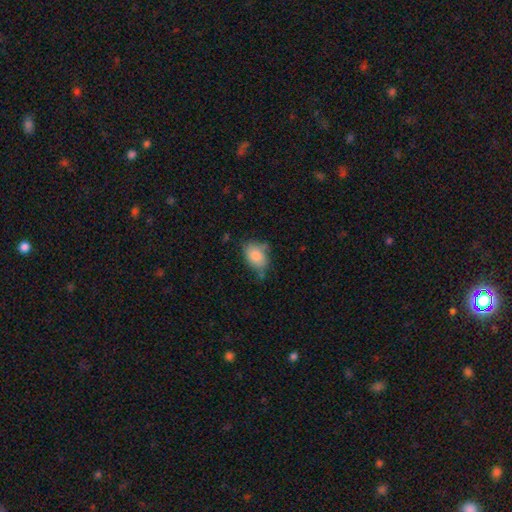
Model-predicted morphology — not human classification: Smooth or featured?
  - smooth: 81% *
  - featured or disk: 11%
  - star or artifact: 8%
How rounded?
  - in between: 82% *
  - round: 17%
  - cigar-shaped: 1%
Merging?
  - none: 50% *
  - minor disturbance: 34%
  - major disturbance: 10%
  - merger: 6%